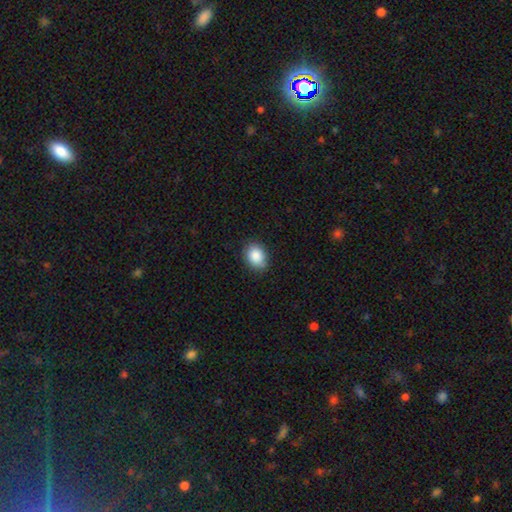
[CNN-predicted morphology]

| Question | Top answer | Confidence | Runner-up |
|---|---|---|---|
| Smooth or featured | smooth | 87% | star or artifact (8%) |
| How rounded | in between | 60% | round (39%) |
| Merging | none | 80% | minor disturbance (16%) |